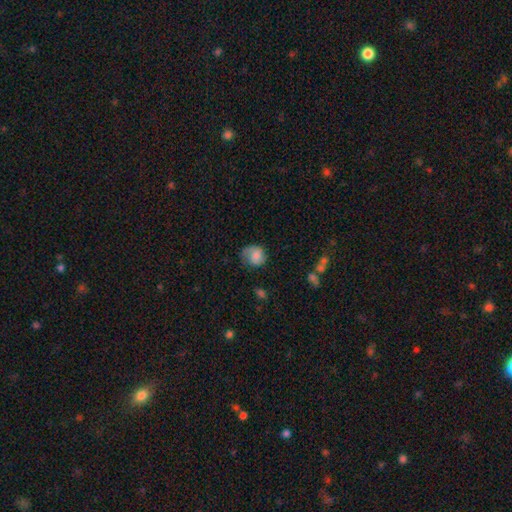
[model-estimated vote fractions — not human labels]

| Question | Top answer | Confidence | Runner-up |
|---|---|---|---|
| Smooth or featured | smooth | 62% | featured or disk (30%) |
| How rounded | round | 71% | in between (28%) |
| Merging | none | 51% | minor disturbance (29%) |